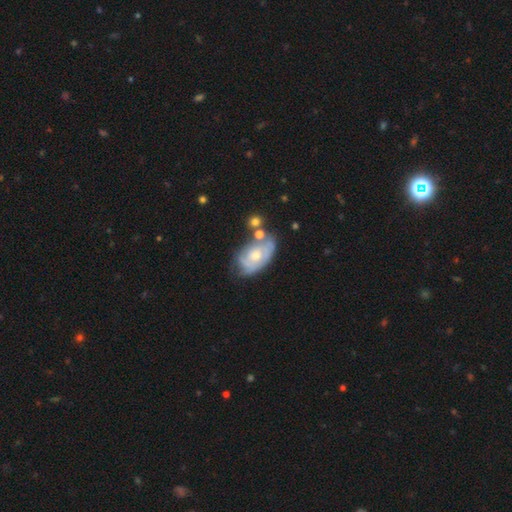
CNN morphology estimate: The model was most divided on "merging": none: 46%, minor disturbance: 27%, merger: 14%, major disturbance: 13%. More confident: edge-on disk — no (95%); bar — no (80%); spiral arms — yes (69%); smooth or featured — featured or disk (64%); bulge size — moderate (55%).